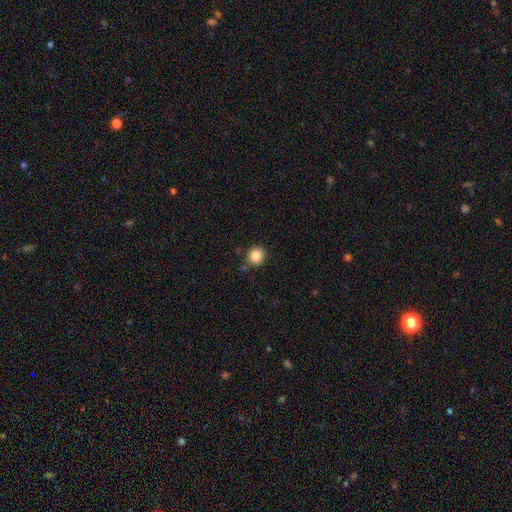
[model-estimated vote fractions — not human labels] Smooth or featured? smooth (85%)
How rounded? round (87%)
Merging? none (85%)